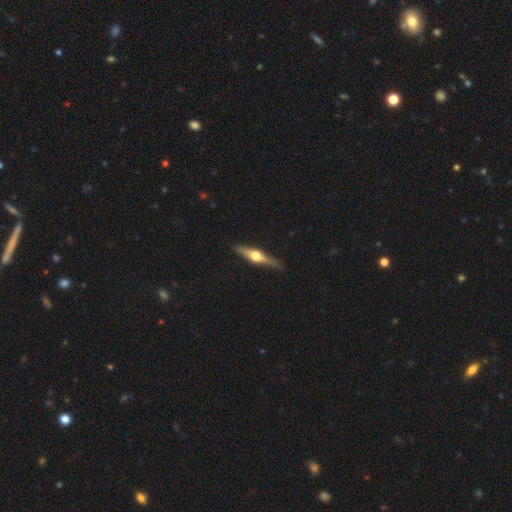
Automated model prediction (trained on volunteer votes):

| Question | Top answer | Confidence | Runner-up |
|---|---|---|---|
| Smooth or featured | featured or disk | 73% | smooth (22%) |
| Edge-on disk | yes | 97% | no (3%) |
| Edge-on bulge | rounded | 96% | boxy (3%) |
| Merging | none | 89% | minor disturbance (8%) |